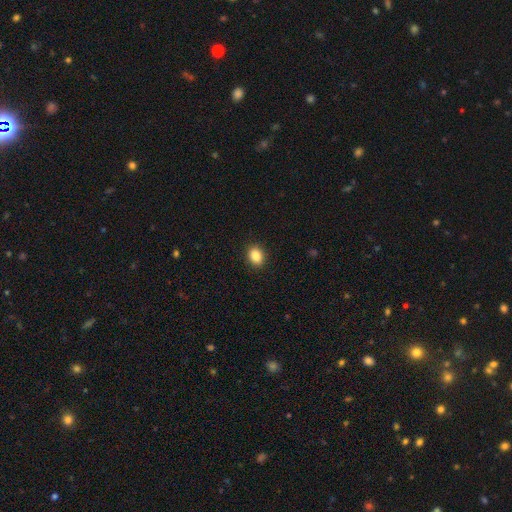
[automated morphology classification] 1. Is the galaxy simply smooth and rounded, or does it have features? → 87% smooth, 9% star or artifact, 4% featured or disk.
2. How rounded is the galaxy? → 65% in between, 34% round, 1% cigar-shaped.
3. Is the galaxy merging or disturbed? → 91% none, 7% minor disturbance, 2% major disturbance, 1% merger.